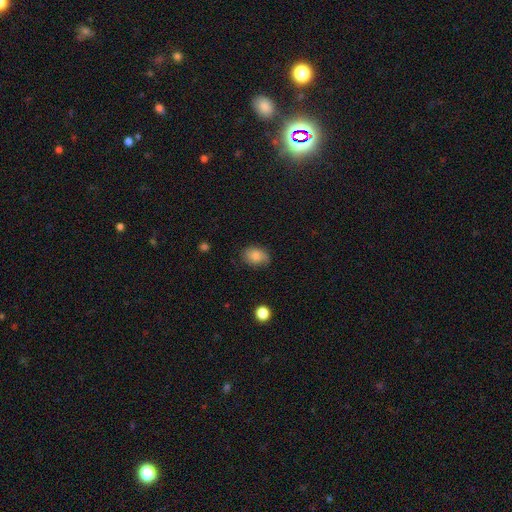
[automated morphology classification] smooth 79%, featured or disk 12%, star or artifact 9%. Down the decision tree: how rounded — in between (74%); merging — none (65%).